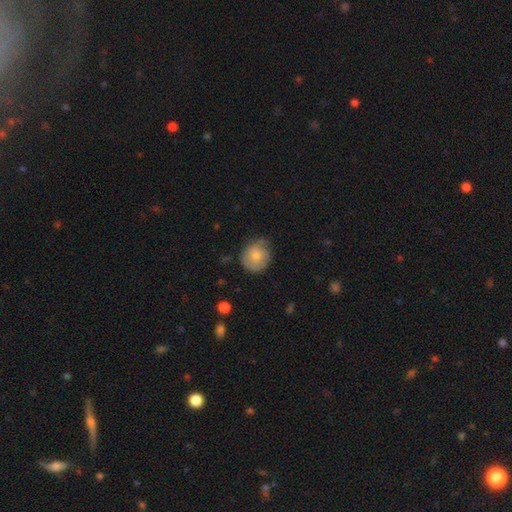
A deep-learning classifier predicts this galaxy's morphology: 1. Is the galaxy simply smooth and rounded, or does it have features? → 76% smooth, 17% featured or disk, 7% star or artifact.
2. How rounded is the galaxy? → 79% round, 20% in between, 1% cigar-shaped.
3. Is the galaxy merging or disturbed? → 59% none, 32% minor disturbance, 8% major disturbance, 2% merger.